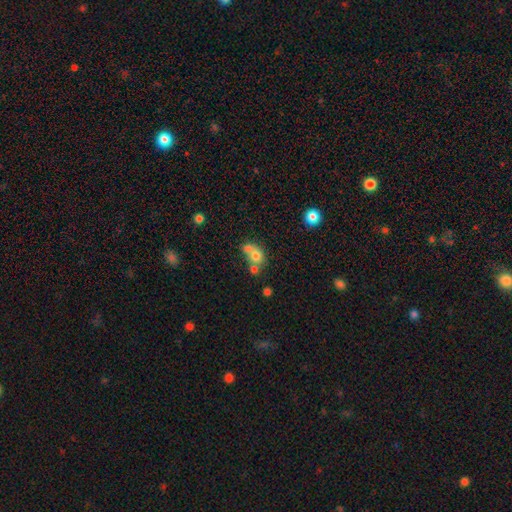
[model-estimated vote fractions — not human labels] The model was most divided on "merging": merger: 59%, none: 29%, minor disturbance: 8%, major disturbance: 5%. More confident: smooth or featured — smooth (70%); how rounded — round (67%).